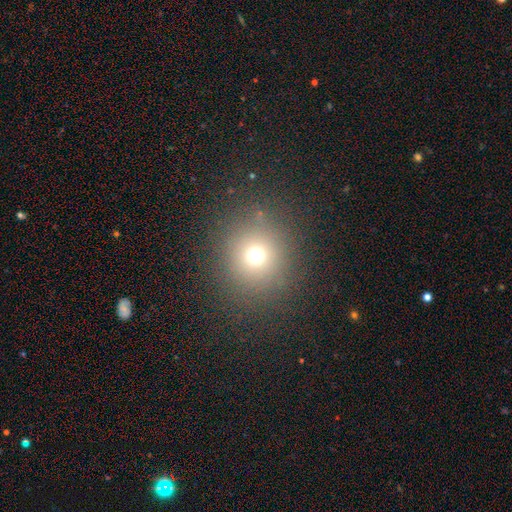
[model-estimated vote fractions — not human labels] This appears to be a smooth galaxy with no disk features (68%) that is round (89%). Merging: none (85%).